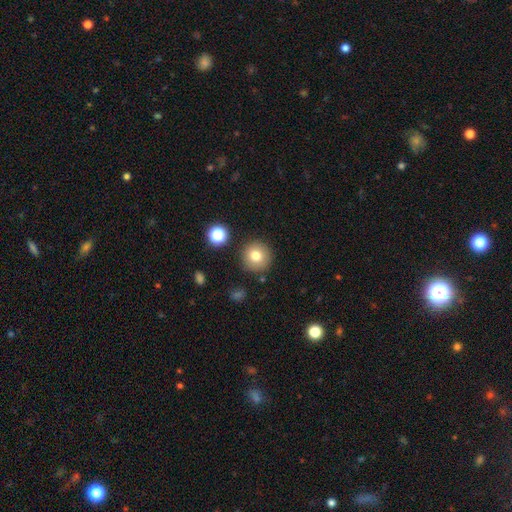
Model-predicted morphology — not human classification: Q: Smooth or featured?
A: smooth (78%); runner-up: star or artifact (12%)
Q: How rounded?
A: round (95%); runner-up: in between (4%)
Q: Merging?
A: none (87%); runner-up: minor disturbance (7%)